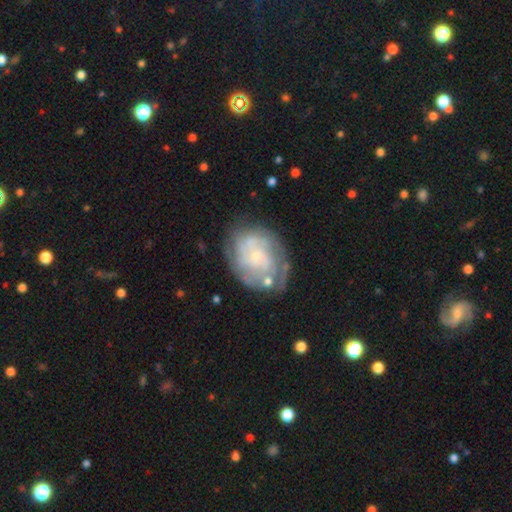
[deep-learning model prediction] smooth-or-featured: featured or disk: 71% | smooth: 21% | star or artifact: 7%
  disk-edge-on: no: 97% | yes: 3%
    bar: no: 73% | weak: 23% | strong: 4%
    has-spiral-arms: yes: 81% | no: 19%
      spiral-winding: tight: 58% | medium: 31% | loose: 12%
      spiral-arm-count: can't tell: 47% | 2: 21% | 3: 14% | 4: 8% | 1: 5% | more than 4: 5%
    bulge-size: small: 72% | moderate: 16% | none: 9% | large: 2% | dominant: 1%
  merging: none: 60% | minor disturbance: 22% | major disturbance: 12% | merger: 5%